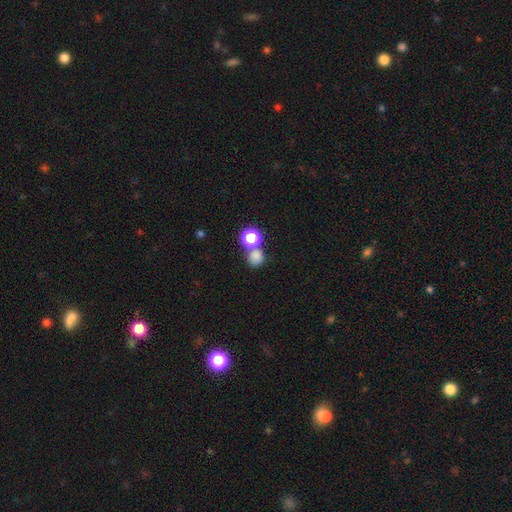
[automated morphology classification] A smooth galaxy with no disk features (75%) that is round (83%). Merging: none (58%).